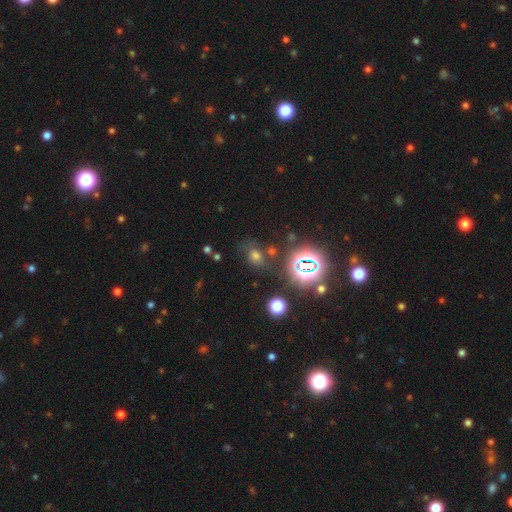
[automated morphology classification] type=smooth (50%); merging=none (69%).